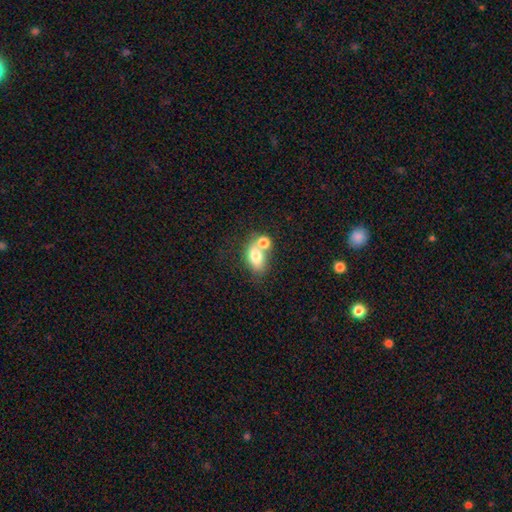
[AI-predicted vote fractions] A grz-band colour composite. It shows a smooth galaxy with no disk features (74%) that is in between round and cigar-shaped (76%). Merging: merger (49%).